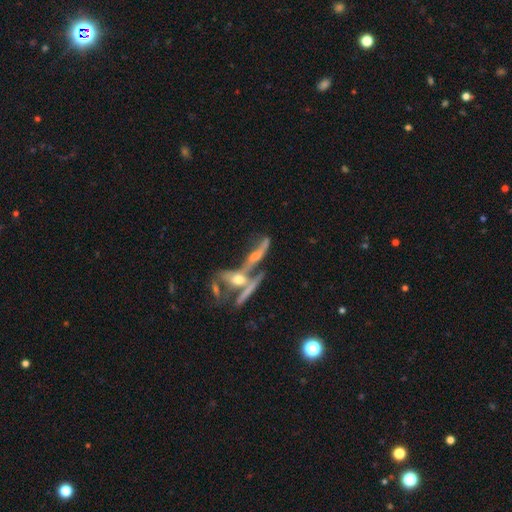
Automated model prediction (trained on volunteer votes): Smooth or featured? featured or disk (69%)
Edge-on disk? yes (67%)
Merging? merger (55%)